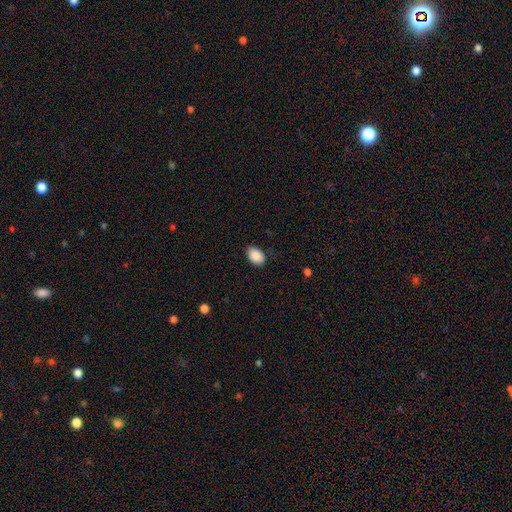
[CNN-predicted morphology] The model was most divided on "merging": none: 83%, minor disturbance: 13%, major disturbance: 3%, merger: 1%. More confident: smooth or featured — smooth (90%); how rounded — in between (89%).